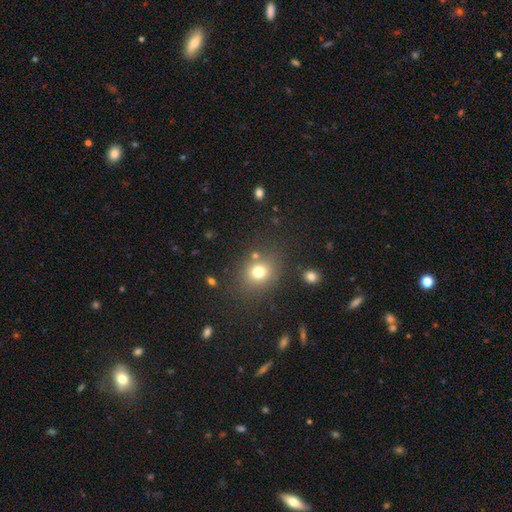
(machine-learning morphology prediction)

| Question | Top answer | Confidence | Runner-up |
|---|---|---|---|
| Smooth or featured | smooth | 71% | star or artifact (19%) |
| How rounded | round | 69% | in between (30%) |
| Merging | none | 79% | minor disturbance (11%) |